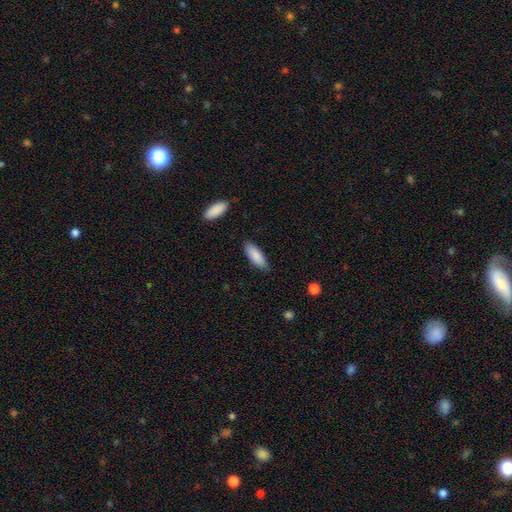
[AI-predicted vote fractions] smooth 87%, featured or disk 8%, star or artifact 6%. Down the decision tree: how rounded — in between (67%); merging — none (81%).